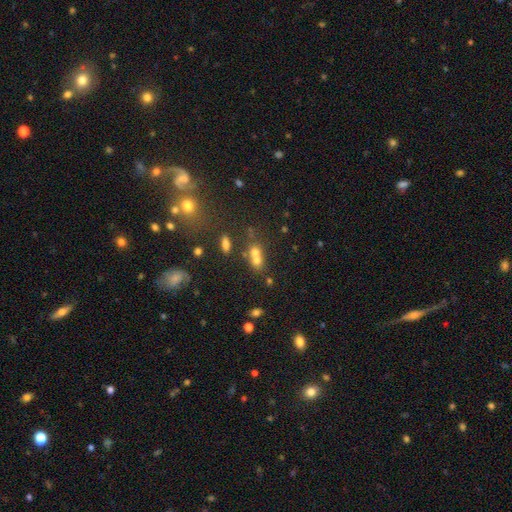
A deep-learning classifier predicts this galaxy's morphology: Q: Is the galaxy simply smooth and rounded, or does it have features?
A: smooth — 64%.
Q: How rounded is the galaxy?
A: round — 65%.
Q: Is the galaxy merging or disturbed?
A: merger — 60%.